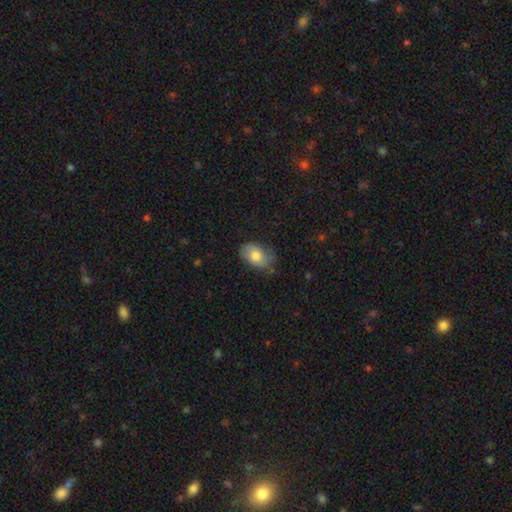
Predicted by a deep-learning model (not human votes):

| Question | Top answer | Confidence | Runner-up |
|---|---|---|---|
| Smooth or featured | smooth | 76% | featured or disk (16%) |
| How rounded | in between | 88% | round (10%) |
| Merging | none | 65% | minor disturbance (27%) |